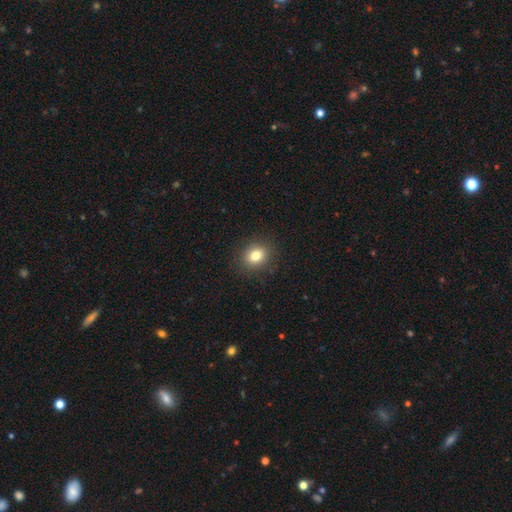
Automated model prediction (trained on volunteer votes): smooth_or_featured: smooth (p=0.81) [alt: star or artifact p=0.12]
how_rounded: round (p=0.61) [alt: in between p=0.38]
merging: none (p=0.89) [alt: minor disturbance p=0.08]